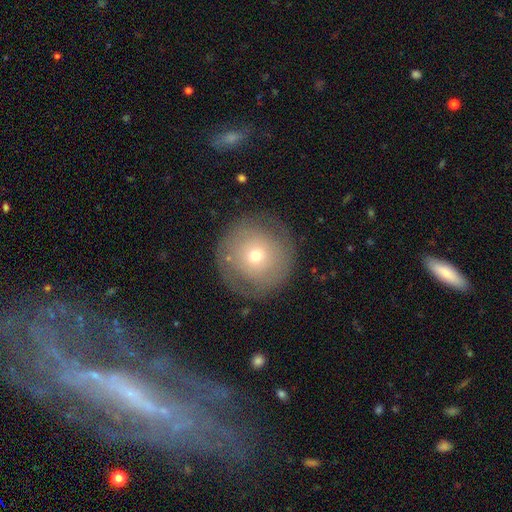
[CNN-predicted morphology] Overall: smooth (55%; featured or disk 35%). How rounded: round (93%). Merging: none (80%).